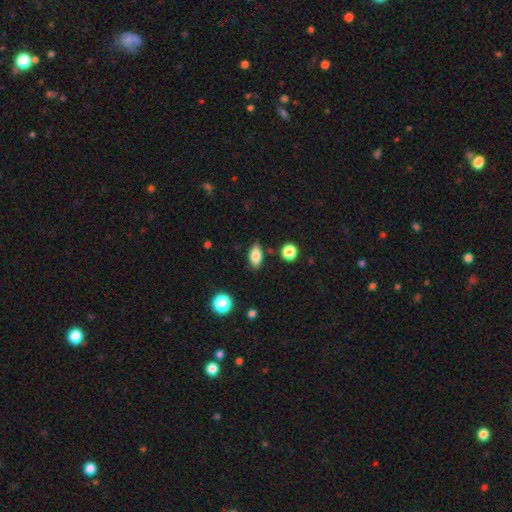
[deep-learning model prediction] A smooth galaxy with no disk features (81%) that is in between round and cigar-shaped (86%). Merging: none (84%).